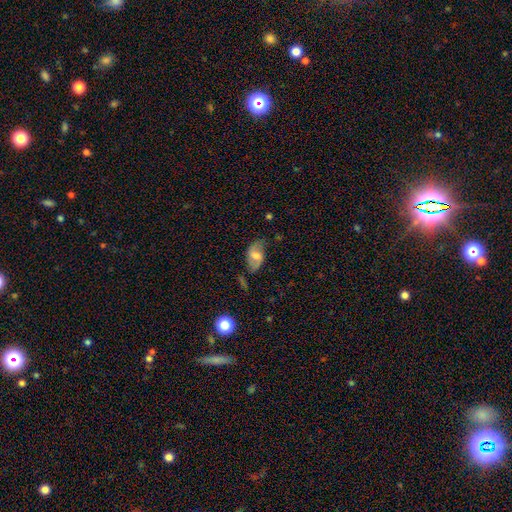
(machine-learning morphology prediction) Smooth or featured: featured or disk — 51% (smooth — 41%)
Edge-on disk: no — 93% (yes — 7%)
Merging: none — 64% (minor disturbance — 24%)